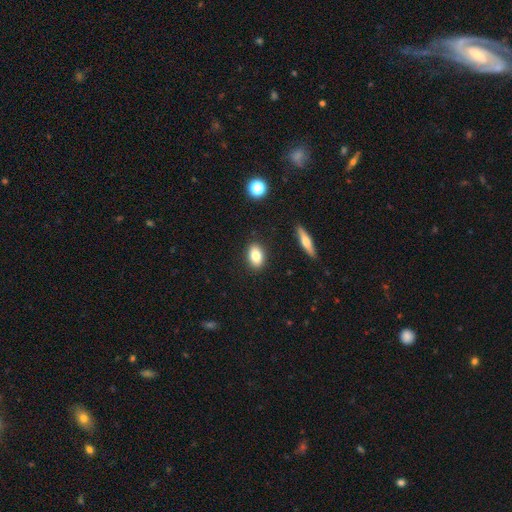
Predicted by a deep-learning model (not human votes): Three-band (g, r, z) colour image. It shows a smooth galaxy with no disk features (80%) that is in between round and cigar-shaped (84%). Merging: none (88%).